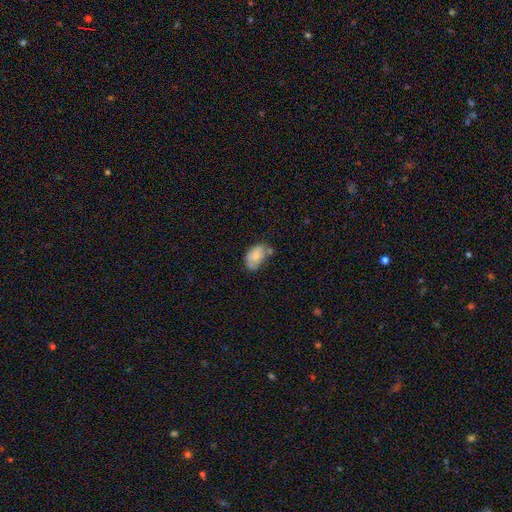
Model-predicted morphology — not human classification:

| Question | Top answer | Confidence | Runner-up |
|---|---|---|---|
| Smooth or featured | smooth | 76% | featured or disk (17%) |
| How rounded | in between | 89% | round (9%) |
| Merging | none | 45% | minor disturbance (32%) |